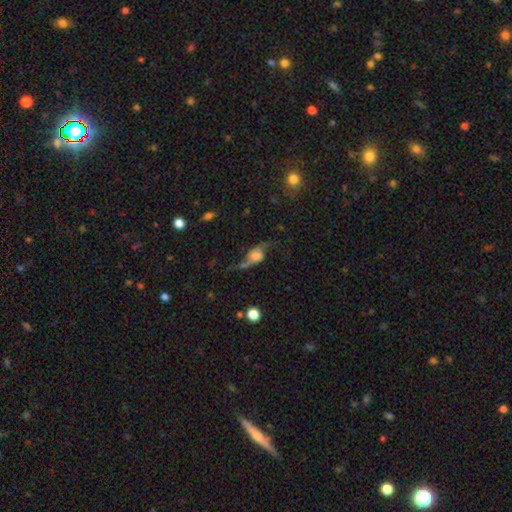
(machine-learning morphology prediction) This is likely a featured or disk galaxy (79%). It is clearly not viewed edge-on (89%). Bar: likely no (63%). Spiral arm pattern: clearly yes (94%). Spiral arm count: clearly 2 (93%). Spiral winding: clearly loose (91%). Central bulge: marginally large (31%). Merging: likely none (61%).